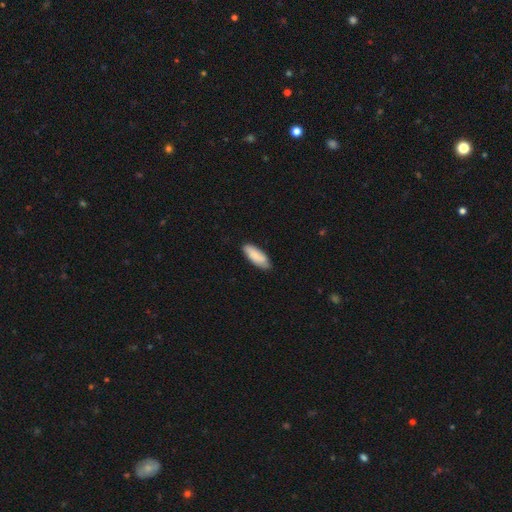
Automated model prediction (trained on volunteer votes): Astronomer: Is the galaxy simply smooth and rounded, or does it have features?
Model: smooth — 84%.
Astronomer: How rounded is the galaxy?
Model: in between — 74%.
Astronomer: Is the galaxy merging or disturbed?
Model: none — 82%.